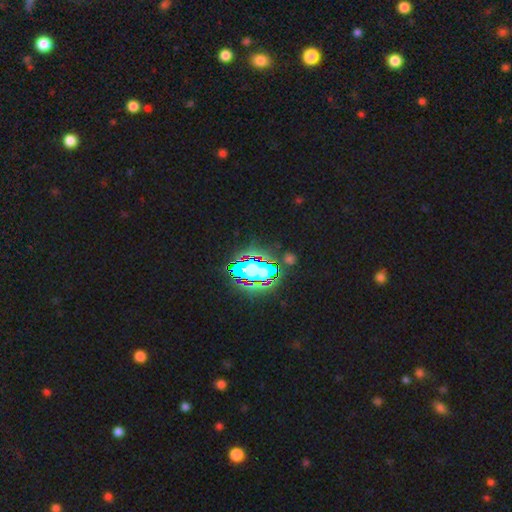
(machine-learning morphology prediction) A star or artifact, not a galaxy (80%).